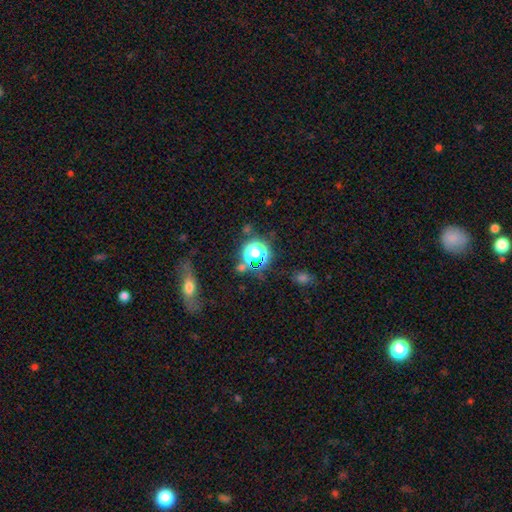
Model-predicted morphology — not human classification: The model was most divided on "smooth or featured": star or artifact: 47%, smooth: 33%, featured or disk: 20%.